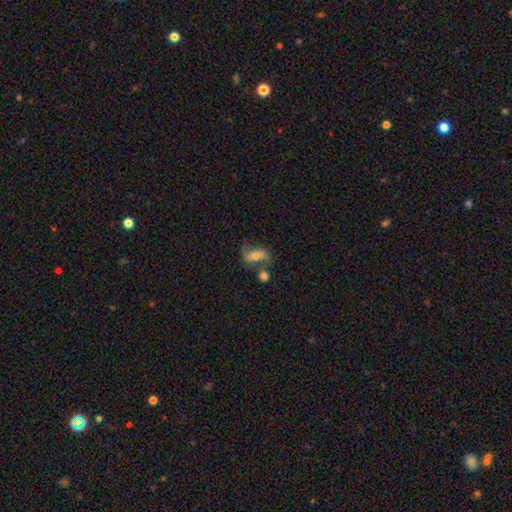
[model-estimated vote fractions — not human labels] Smooth or featured: featured or disk — 64% (smooth — 27%)
Edge-on disk: no — 94% (yes — 6%)
Bar: no — 34% (tied with strong — 34%)
Spiral arms: yes — 86% (no — 14%)
Spiral winding: loose — 57% (medium — 32%)
Spiral arm count: 2 — 88% (can't tell — 5%)
Bulge size: moderate — 50% (small — 40%)
Merging: none — 52% (merger — 21%)